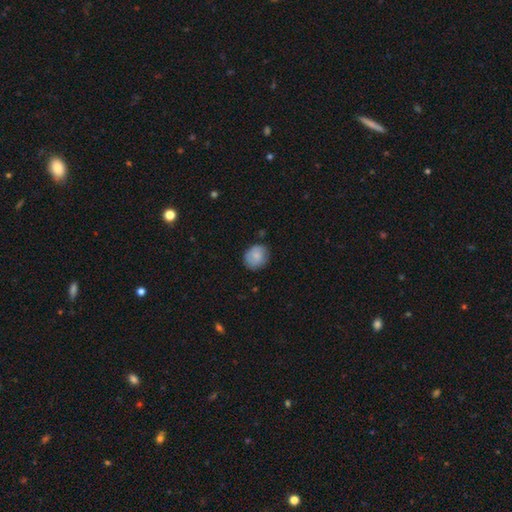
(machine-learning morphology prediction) smooth_or_featured: smooth (p=0.78) [alt: featured or disk p=0.15]
how_rounded: round (p=0.73) [alt: in between p=0.26]
merging: none (p=0.76) [alt: minor disturbance p=0.19]